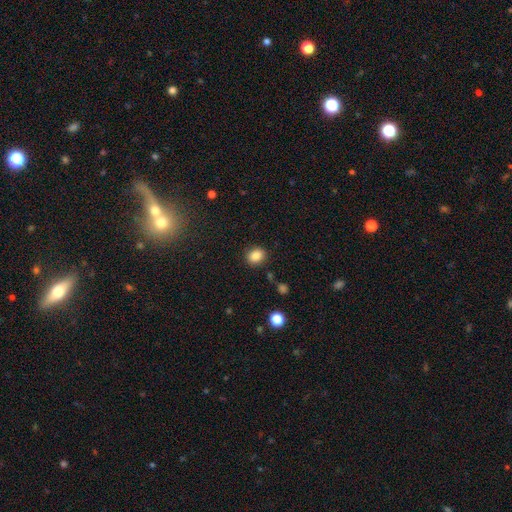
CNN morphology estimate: A smooth galaxy with no disk features (84%) that is round (62%).

Vote fractions:
- Smooth or featured? smooth: 84% / star or artifact: 10% / featured or disk: 5%
- How rounded? round: 62% / in between: 37% / cigar-shaped: 1%
- Merging? none: 87% / minor disturbance: 8% / major disturbance: 2% / merger: 2%